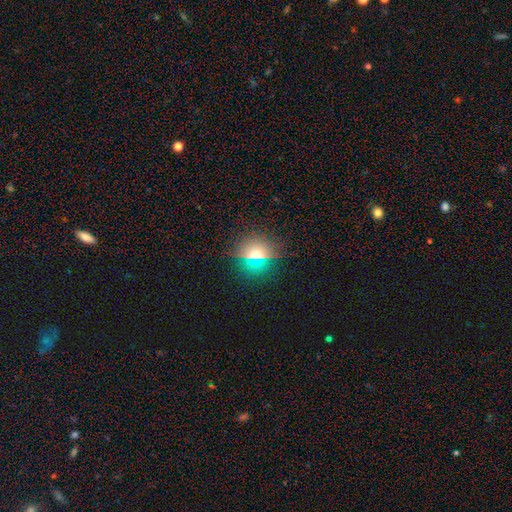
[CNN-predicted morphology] Q: Smooth or featured?
A: smooth (62%); runner-up: star or artifact (24%)
Q: How rounded?
A: round (83%); runner-up: in between (14%)
Q: Merging?
A: none (86%); runner-up: minor disturbance (9%)